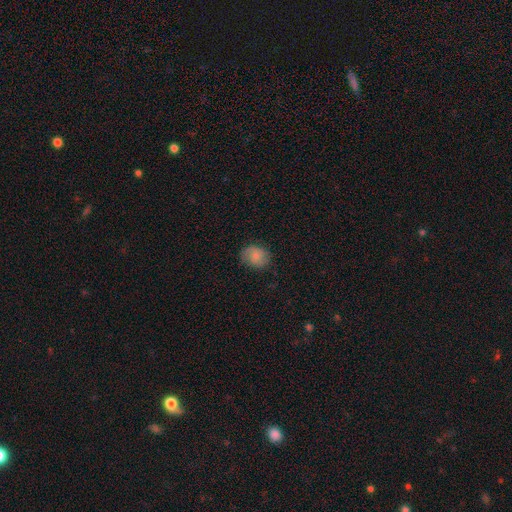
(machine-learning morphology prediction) Smooth or featured?
  - smooth: 72% *
  - featured or disk: 20%
  - star or artifact: 8%
How rounded?
  - round: 57% *
  - in between: 42%
  - cigar-shaped: 1%
Merging?
  - none: 75% *
  - minor disturbance: 19%
  - major disturbance: 5%
  - merger: 1%